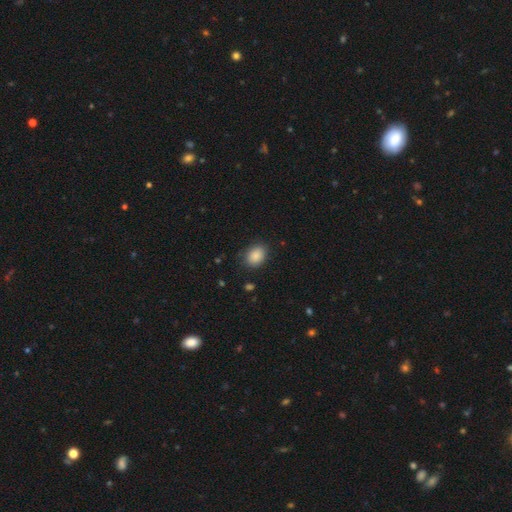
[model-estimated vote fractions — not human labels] Morphology: type=smooth (88%); roundness=in between (66%); merging=none (83%).